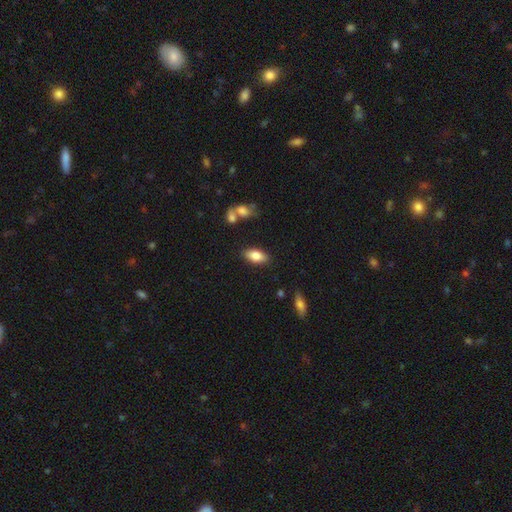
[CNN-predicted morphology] Smooth or featured?
  - smooth: 80% *
  - featured or disk: 13%
  - star or artifact: 7%
How rounded?
  - in between: 88% *
  - cigar-shaped: 9%
  - round: 3%
Merging?
  - none: 84% *
  - minor disturbance: 11%
  - merger: 3%
  - major disturbance: 3%